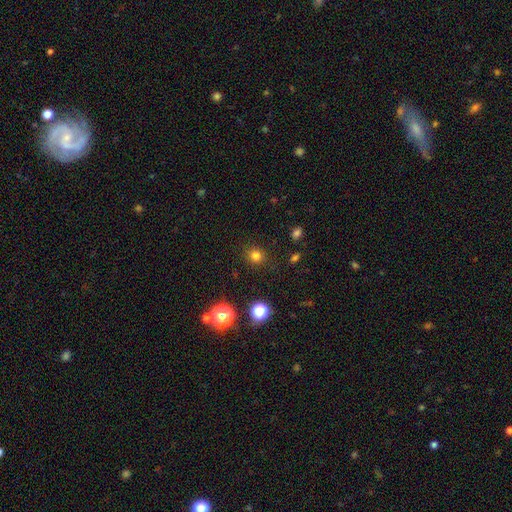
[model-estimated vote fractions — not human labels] Smooth or featured?
  - smooth: 77% *
  - star or artifact: 17%
  - featured or disk: 5%
How rounded?
  - round: 87% *
  - in between: 12%
  - cigar-shaped: 1%
Merging?
  - none: 89% *
  - minor disturbance: 7%
  - major disturbance: 3%
  - merger: 2%